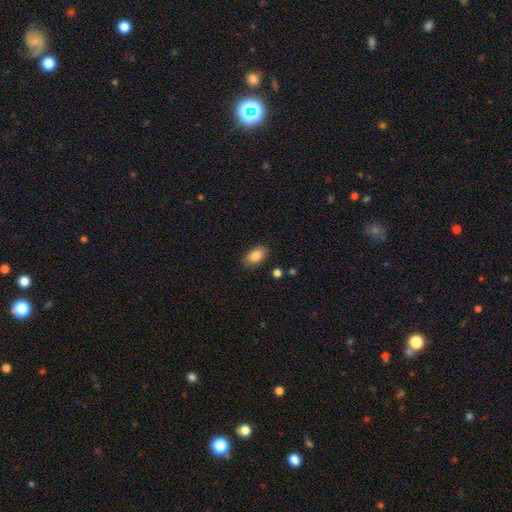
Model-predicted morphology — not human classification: Overall: smooth (87%). How rounded: in between (92%). Merging: none (85%).